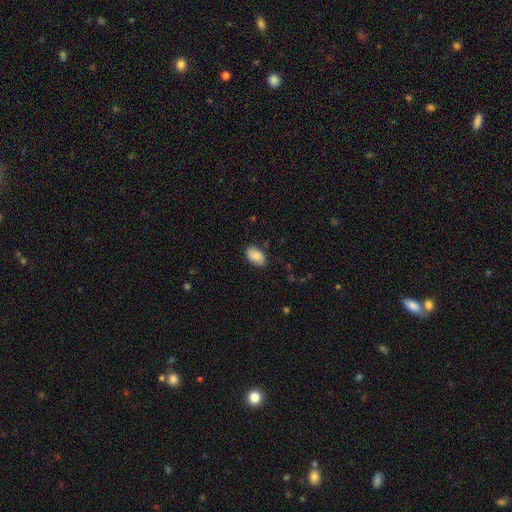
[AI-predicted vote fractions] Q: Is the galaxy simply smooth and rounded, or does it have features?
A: smooth — 85%.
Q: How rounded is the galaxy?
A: in between — 93%.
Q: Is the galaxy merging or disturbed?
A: none — 84%.